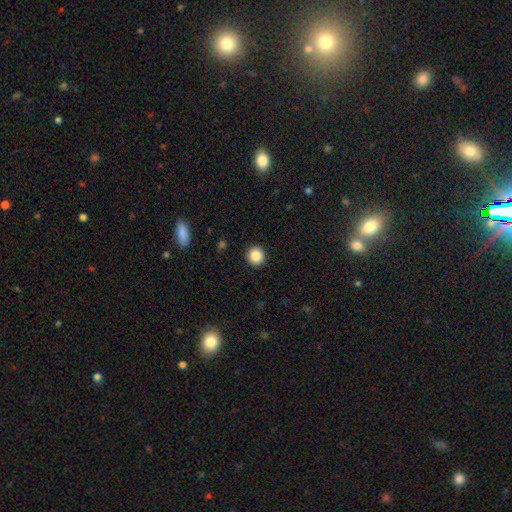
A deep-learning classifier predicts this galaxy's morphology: Q: Smooth or featured?
A: smooth (86%); runner-up: star or artifact (10%)
Q: How rounded?
A: round (94%); runner-up: in between (5%)
Q: Merging?
A: none (92%); runner-up: minor disturbance (5%)